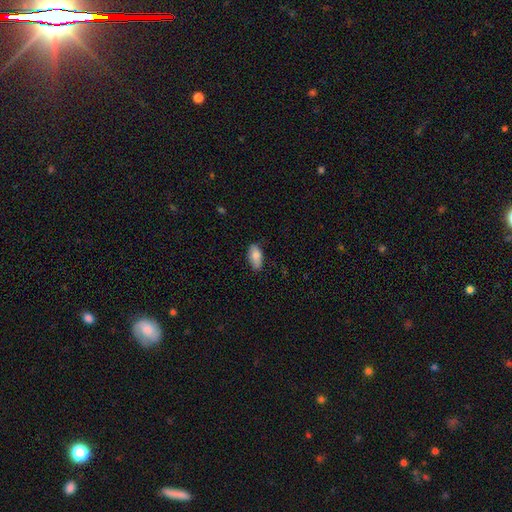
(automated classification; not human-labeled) Overall: smooth (83%). How rounded: in between (91%). Merging: none (77%).